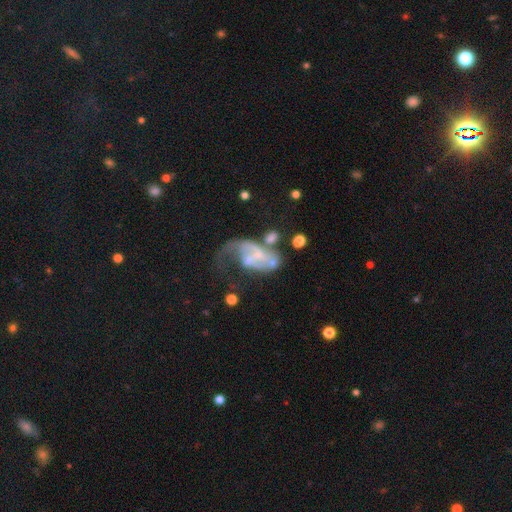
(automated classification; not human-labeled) This is likely a featured or disk galaxy (70%). It is clearly not viewed edge-on (97%). Bar: likely no (61%). Spiral arm pattern: likely yes (68%). Central bulge: possibly small (47%). Merging: possibly major disturbance (46%).